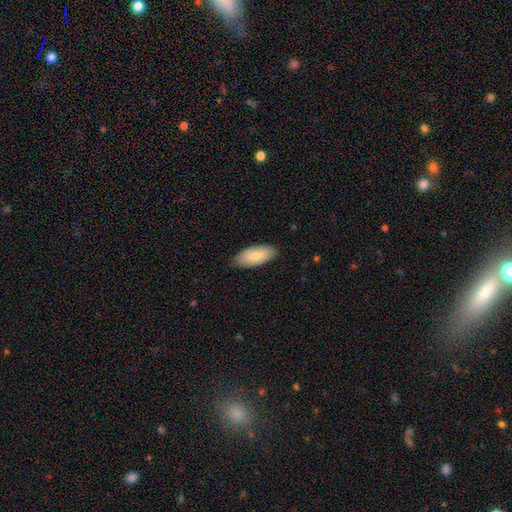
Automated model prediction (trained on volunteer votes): smooth_or_featured: smooth (p=0.81) [alt: featured or disk p=0.14]
how_rounded: in between (p=0.89) [alt: cigar-shaped p=0.10]
merging: none (p=0.82) [alt: minor disturbance p=0.15]